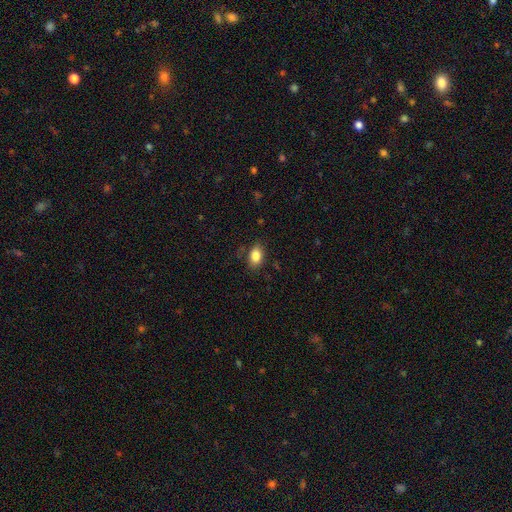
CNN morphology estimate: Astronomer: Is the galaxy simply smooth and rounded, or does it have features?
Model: smooth — 85%.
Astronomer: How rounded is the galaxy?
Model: in between — 85%.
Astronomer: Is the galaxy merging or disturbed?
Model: none — 81%.